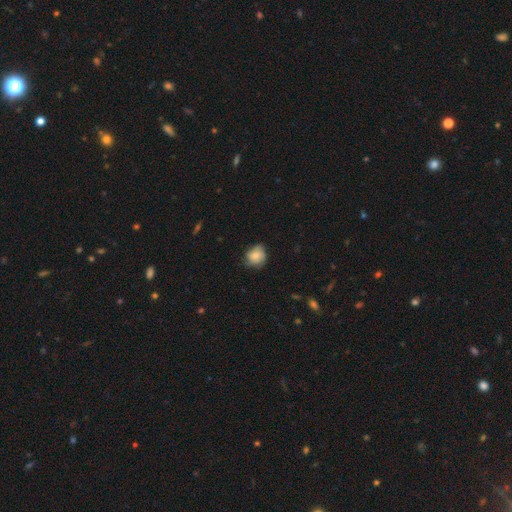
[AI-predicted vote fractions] smooth_or_featured: smooth (p=0.65) [alt: featured or disk p=0.27]
how_rounded: round (p=0.68) [alt: in between p=0.31]
merging: none (p=0.60) [alt: minor disturbance p=0.30]